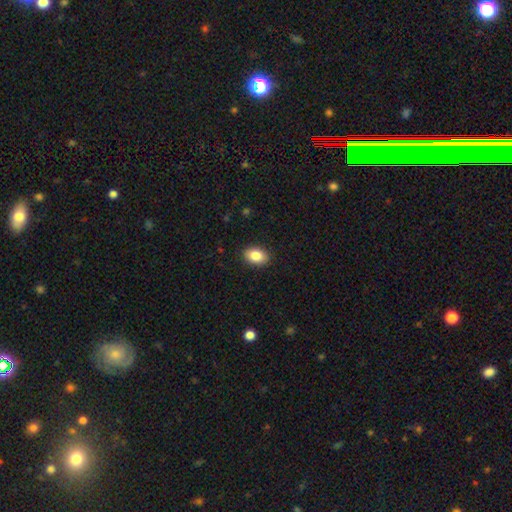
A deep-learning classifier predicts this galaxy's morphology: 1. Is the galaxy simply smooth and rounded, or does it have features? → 86% smooth, 8% star or artifact, 7% featured or disk.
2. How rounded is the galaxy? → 87% in between, 12% round, 1% cigar-shaped.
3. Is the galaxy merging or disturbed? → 90% none, 7% minor disturbance, 2% major disturbance, 1% merger.